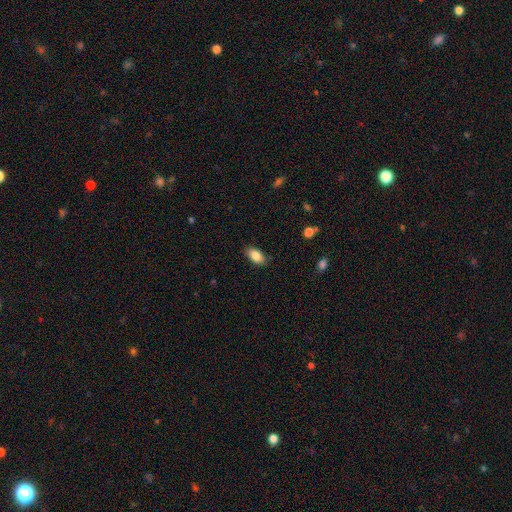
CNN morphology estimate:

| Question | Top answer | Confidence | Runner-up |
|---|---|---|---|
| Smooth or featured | smooth | 86% | star or artifact (7%) |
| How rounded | in between | 92% | round (5%) |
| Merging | none | 85% | minor disturbance (11%) |